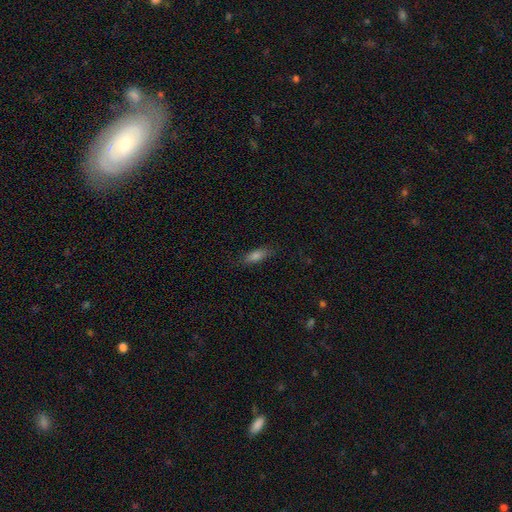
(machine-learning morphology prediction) smooth-or-featured: smooth: 74% | featured or disk: 16% | star or artifact: 10%
  how-rounded: in between: 52% | cigar-shaped: 46% | round: 3%
  merging: none: 83% | minor disturbance: 13% | major disturbance: 3% | merger: 1%